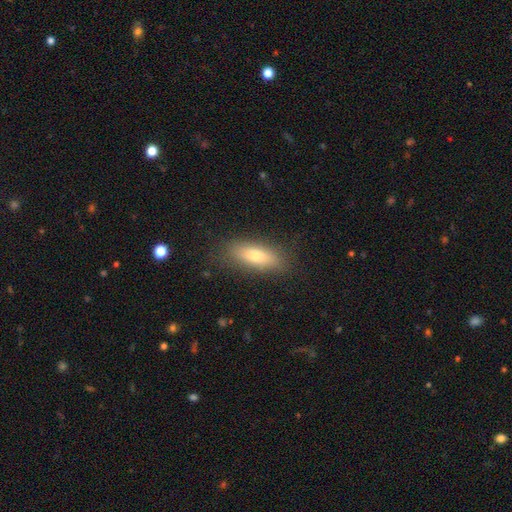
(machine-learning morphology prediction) Overall: smooth (72%). How rounded: in between (63%; cigar-shaped 33%). Merging: none (84%).